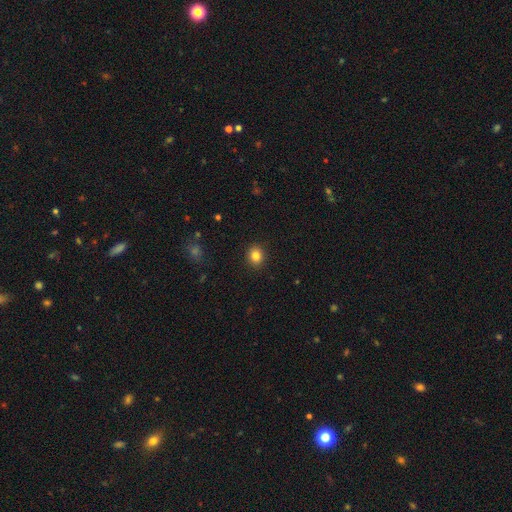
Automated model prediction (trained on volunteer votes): smooth 83%, star or artifact 11%, featured or disk 6%. Down the decision tree: how rounded — round (68%); merging — none (91%).